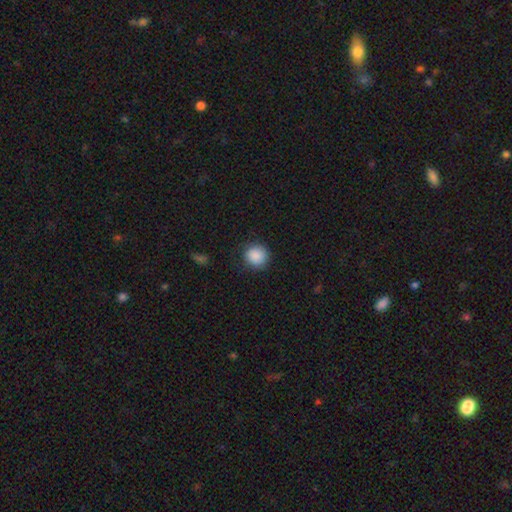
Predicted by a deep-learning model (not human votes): Q: Smooth or featured?
A: smooth (88%); runner-up: star or artifact (8%)
Q: How rounded?
A: round (90%); runner-up: in between (9%)
Q: Merging?
A: none (82%); runner-up: minor disturbance (13%)